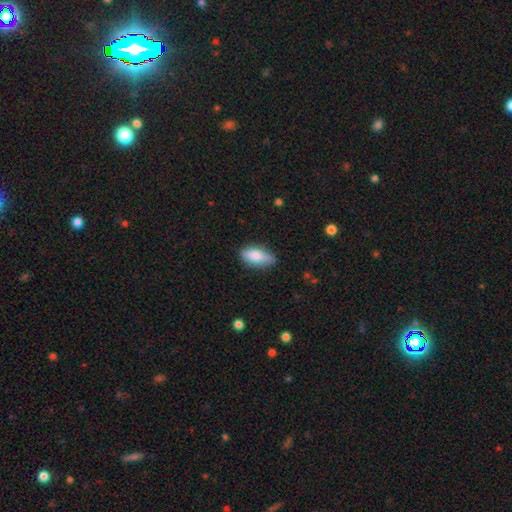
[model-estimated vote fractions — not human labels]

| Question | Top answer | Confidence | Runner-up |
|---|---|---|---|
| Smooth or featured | smooth | 74% | featured or disk (19%) |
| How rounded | in between | 75% | cigar-shaped (22%) |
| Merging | none | 77% | minor disturbance (18%) |